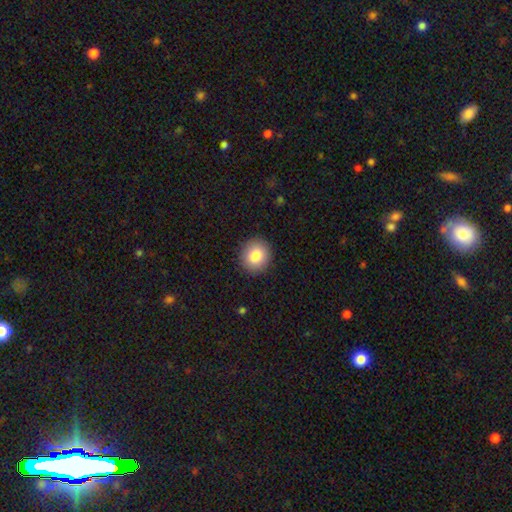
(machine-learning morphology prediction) Smooth or featured?
  - smooth: 82% *
  - star or artifact: 9%
  - featured or disk: 9%
How rounded?
  - round: 86% *
  - in between: 13%
  - cigar-shaped: 1%
Merging?
  - none: 91% *
  - minor disturbance: 6%
  - major disturbance: 2%
  - merger: 1%